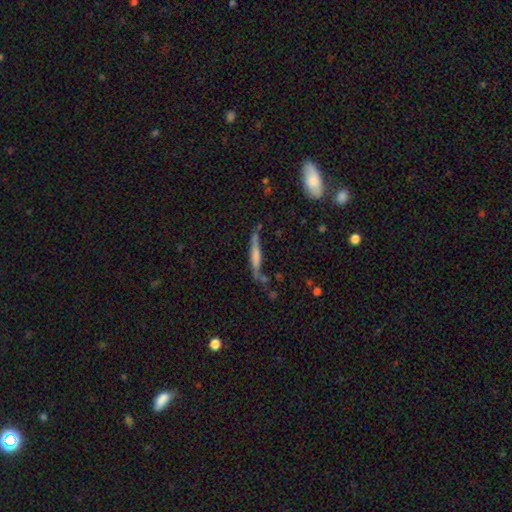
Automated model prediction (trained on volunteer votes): A smooth galaxy with no disk features (53%) that is cigar-shaped (92%).

Vote fractions:
- Smooth or featured? smooth: 53% / featured or disk: 40% / star or artifact: 7%
- How rounded? cigar-shaped: 92% / in between: 6% / round: 2%
- Merging? none: 66% / minor disturbance: 20% / merger: 7% / major disturbance: 6%